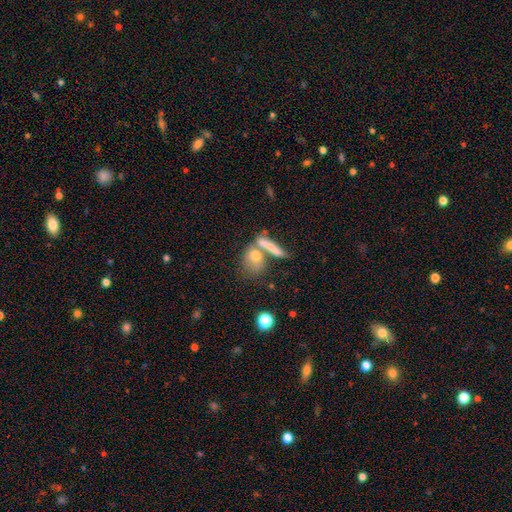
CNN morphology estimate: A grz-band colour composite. It shows a smooth galaxy with no disk features (70%) that is in between round and cigar-shaped (43%). Merging: none (42%).